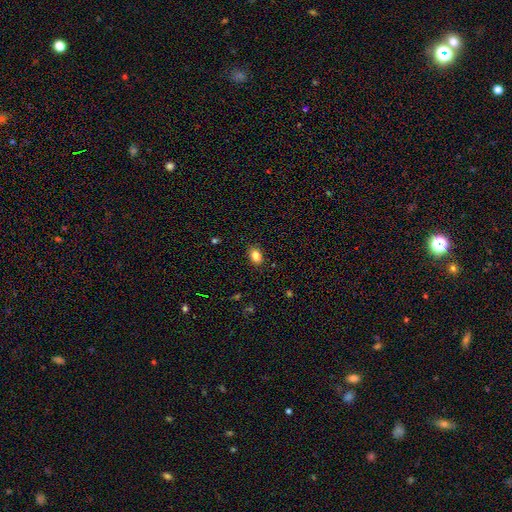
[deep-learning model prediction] Overall: smooth (84%). How rounded: in between (76%). Merging: none (87%).